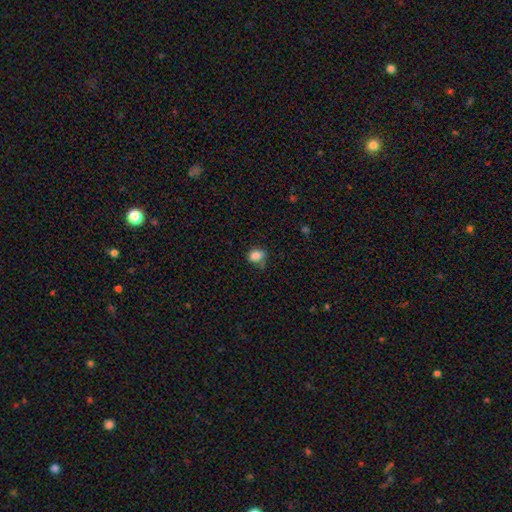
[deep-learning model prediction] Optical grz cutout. It shows a smooth galaxy with no disk features (83%) that is in between round and cigar-shaped (53%). Merging: none (59%).